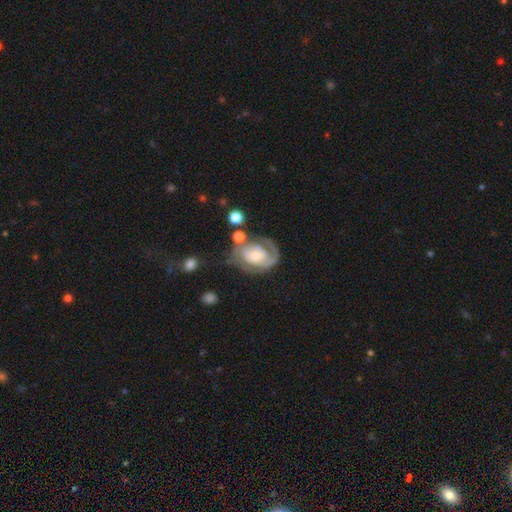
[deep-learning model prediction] The model was most divided on "spiral arm count": 2: 41%, 1: 32%, can't tell: 19%, 3: 5%, 4: 2%, more than 4: 2%. Remaining: edge-on disk — no (97%); spiral arms — yes (85%); smooth or featured — featured or disk (78%); bar — no (72%); spiral winding — tight (54%); bulge size — moderate (51%); merging — none (47%).